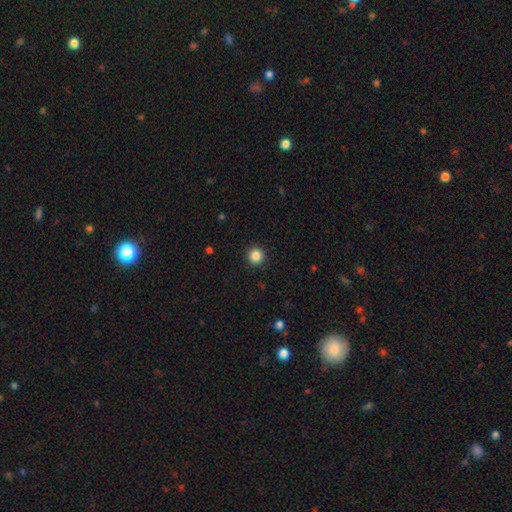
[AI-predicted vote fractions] Q: Smooth or featured?
A: smooth (85%); runner-up: star or artifact (11%)
Q: How rounded?
A: round (96%); runner-up: in between (3%)
Q: Merging?
A: none (93%); runner-up: minor disturbance (4%)